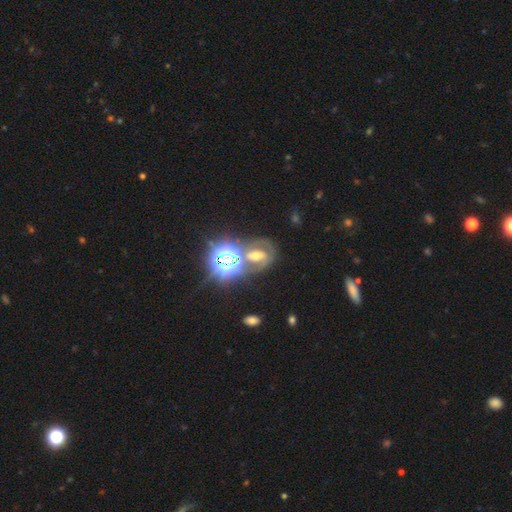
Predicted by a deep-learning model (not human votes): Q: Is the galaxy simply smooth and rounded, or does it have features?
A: star or artifact — 39%.